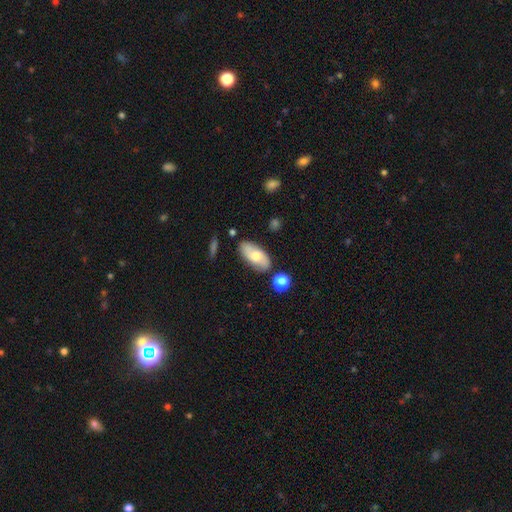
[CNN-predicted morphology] Smooth or featured: smooth — 59% (featured or disk — 34%)
How rounded: in between — 90% (cigar-shaped — 6%)
Merging: none — 77% (minor disturbance — 15%)